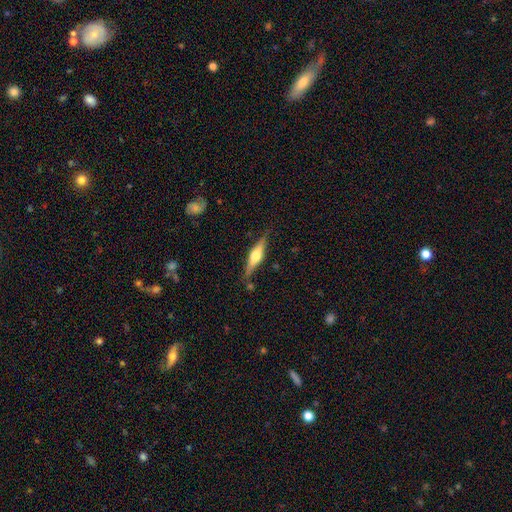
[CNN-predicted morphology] A featured or disk galaxy (66%) viewed edge-on (96%) with a rounded central bulge (90%).

Vote fractions:
- Smooth or featured? featured or disk: 66% / smooth: 28% / star or artifact: 6%
- Edge-on disk? yes: 96% / no: 4%
- Edge-on bulge? rounded: 90% / boxy: 8% / none: 3%
- Merging? none: 82% / minor disturbance: 12% / merger: 3% / major disturbance: 3%